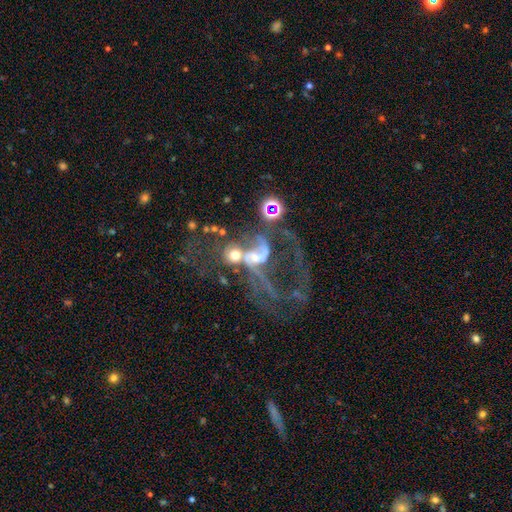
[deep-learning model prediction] Smooth or featured? featured or disk (71%)
Edge-on disk? no (96%)
Bar? no (53%)
Spiral arms? yes (62%)
Bulge size? small (36%)
Merging? merger (36%, tied with major disturbance)